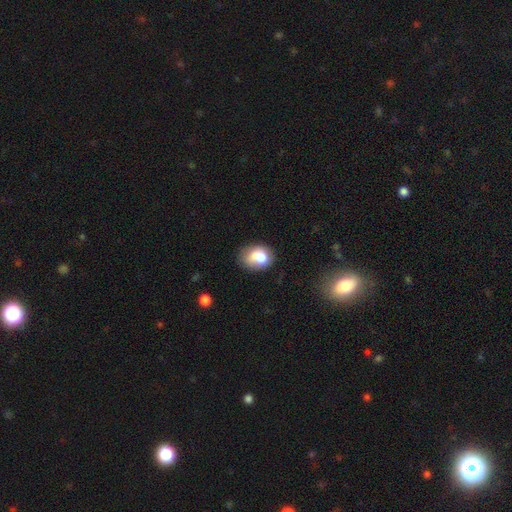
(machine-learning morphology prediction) Overall: smooth (71%). How rounded: in between (53%; round 46%). Merging: none (40%; minor disturbance 25%).